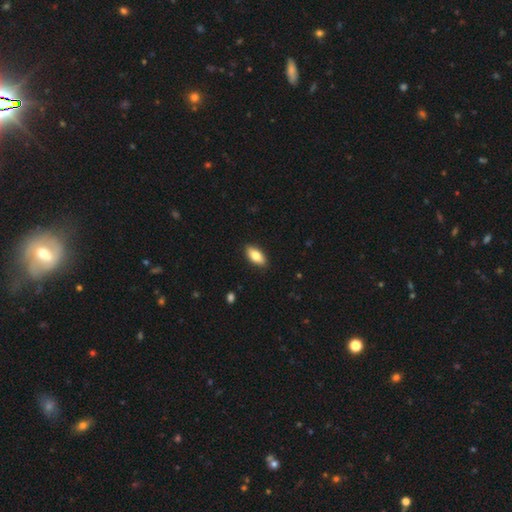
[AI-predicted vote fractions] This appears to be a smooth galaxy with no disk features (80%) that is in between round and cigar-shaped (87%). Merging: none (89%).